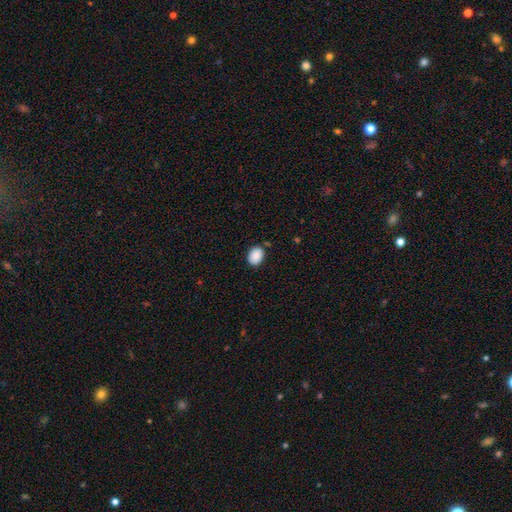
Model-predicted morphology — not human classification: smooth 89%, star or artifact 7%, featured or disk 3%. Down the decision tree: how rounded — in between (70%); merging — none (82%).